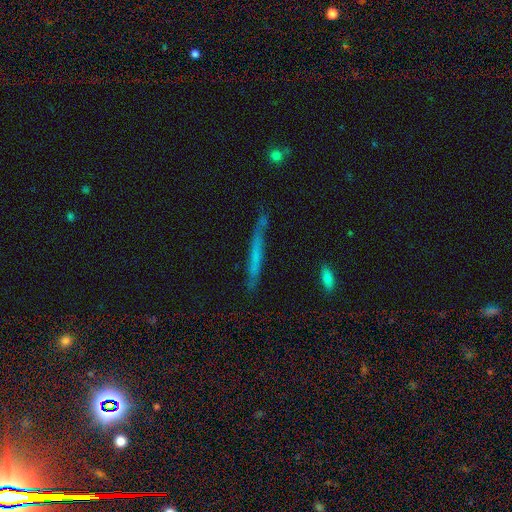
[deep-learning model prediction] This appears to be a smooth galaxy with no disk features (49%). Merging: none (70%).